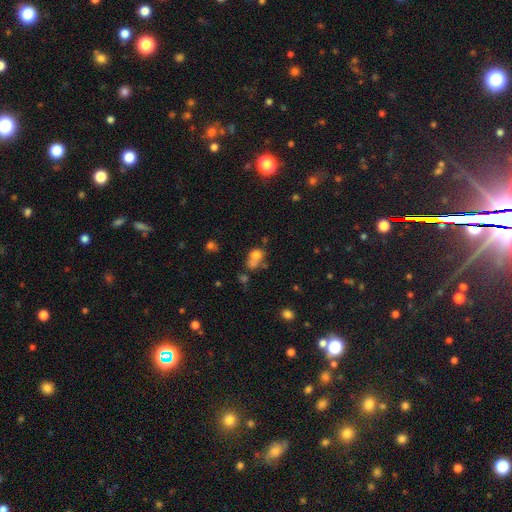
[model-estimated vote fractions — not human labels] The model was most divided on "how rounded" (2-way tie): round: 49%, in between: 49%, cigar-shaped: 2%. Remaining: smooth or featured — smooth (69%); merging — merger (44%).